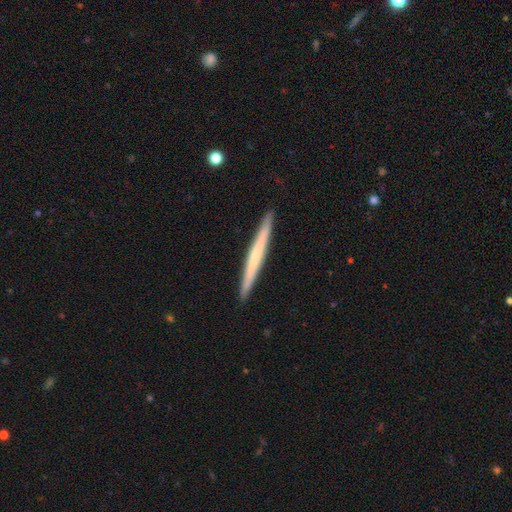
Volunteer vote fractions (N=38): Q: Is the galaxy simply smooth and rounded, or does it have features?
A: smooth — 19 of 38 (50%).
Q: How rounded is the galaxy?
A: cigar-shaped — 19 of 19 (100%).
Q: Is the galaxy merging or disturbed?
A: none — 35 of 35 (100%).